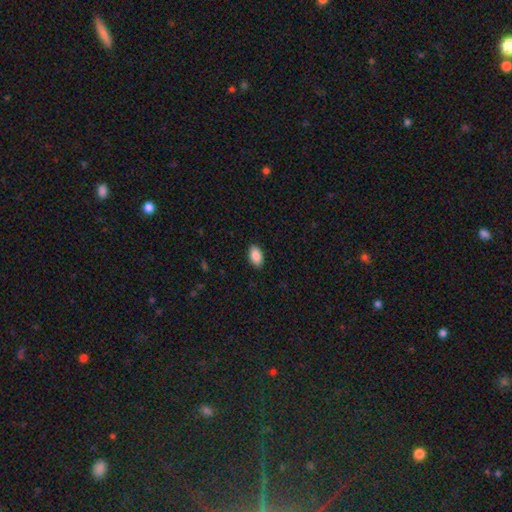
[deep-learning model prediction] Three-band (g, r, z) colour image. It shows a smooth galaxy with no disk features (89%) that is in between round and cigar-shaped (94%). Merging: none (89%).